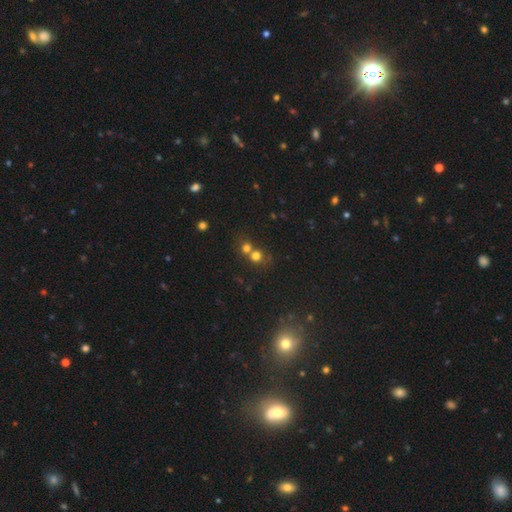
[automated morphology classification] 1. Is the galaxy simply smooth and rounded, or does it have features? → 70% smooth, 19% star or artifact, 10% featured or disk.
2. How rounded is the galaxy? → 85% round, 14% in between, 1% cigar-shaped.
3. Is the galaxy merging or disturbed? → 47% merger, 44% none, 6% minor disturbance, 3% major disturbance.